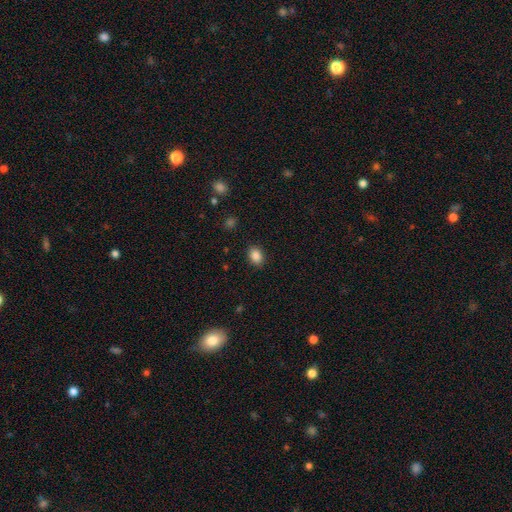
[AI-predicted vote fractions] Smooth or featured? smooth (87%)
How rounded? in between (72%)
Merging? none (89%)